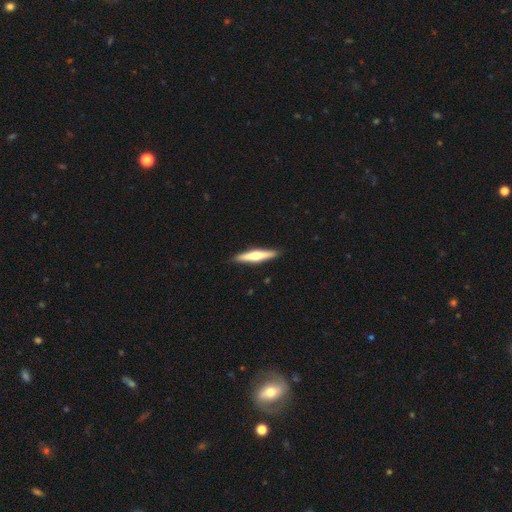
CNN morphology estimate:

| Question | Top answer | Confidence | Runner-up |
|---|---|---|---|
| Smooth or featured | featured or disk | 53% | smooth (42%) |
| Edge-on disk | yes | 96% | no (4%) |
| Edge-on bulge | rounded | 89% | none (6%) |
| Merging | none | 91% | minor disturbance (7%) |